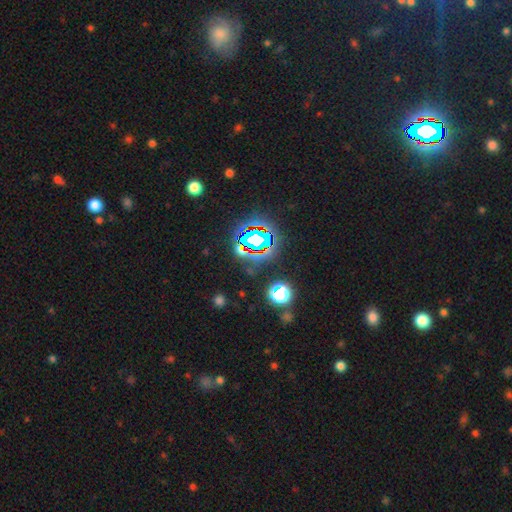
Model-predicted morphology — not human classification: Smooth or featured?
  - star or artifact: 81% *
  - smooth: 11%
  - featured or disk: 8%